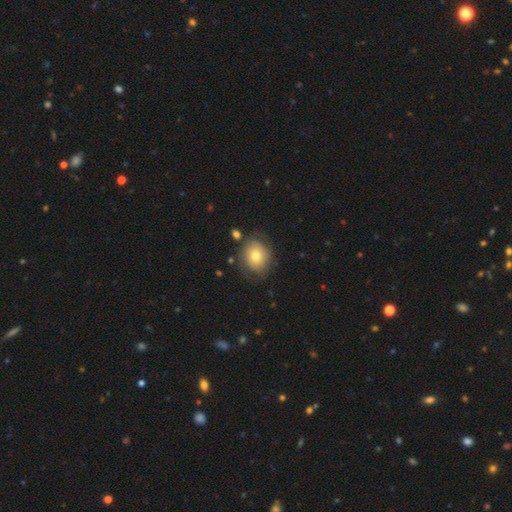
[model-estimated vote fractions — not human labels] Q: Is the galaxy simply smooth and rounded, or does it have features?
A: smooth — 70%.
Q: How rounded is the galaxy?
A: round — 67%.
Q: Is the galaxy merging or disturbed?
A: none — 72%.